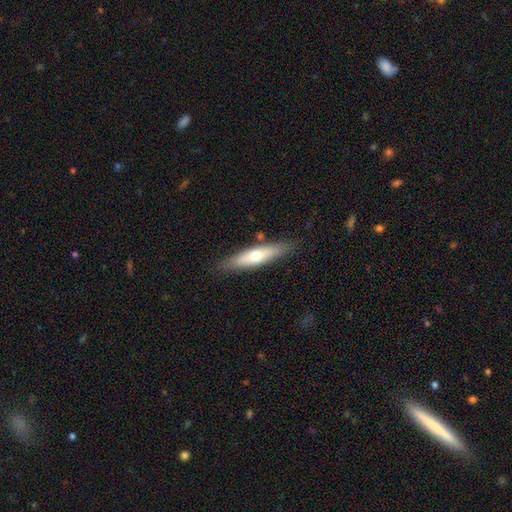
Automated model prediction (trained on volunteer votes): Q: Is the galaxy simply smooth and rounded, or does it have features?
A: smooth — 57%.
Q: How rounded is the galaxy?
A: cigar-shaped — 73%.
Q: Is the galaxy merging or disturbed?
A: none — 84%.